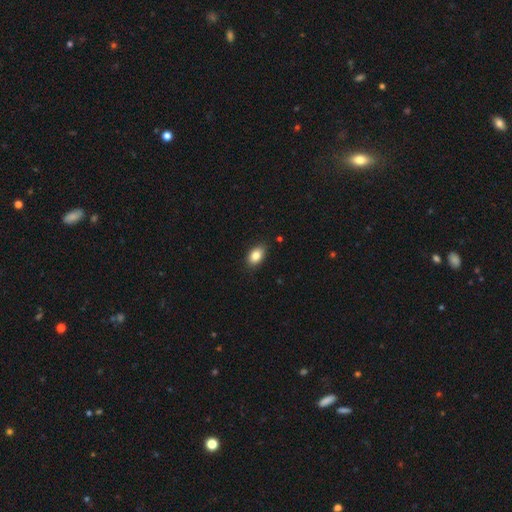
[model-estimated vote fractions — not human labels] Q: Smooth or featured?
A: smooth (85%); runner-up: star or artifact (8%)
Q: How rounded?
A: in between (88%); runner-up: round (10%)
Q: Merging?
A: none (84%); runner-up: minor disturbance (12%)